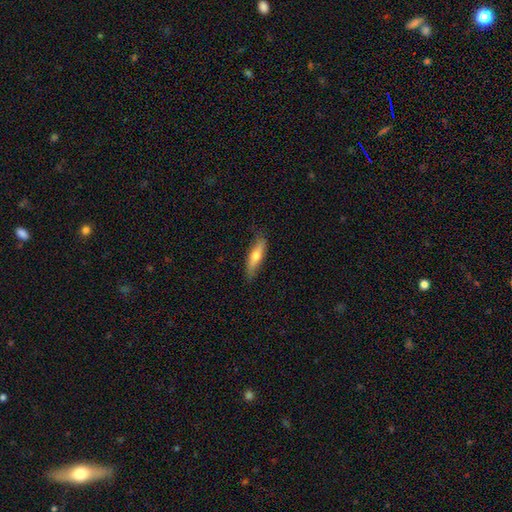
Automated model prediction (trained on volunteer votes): smooth_or_featured: smooth (p=0.56) [alt: featured or disk p=0.38]
how_rounded: cigar-shaped (p=0.67) [alt: in between p=0.31]
merging: none (p=0.79) [alt: minor disturbance p=0.17]